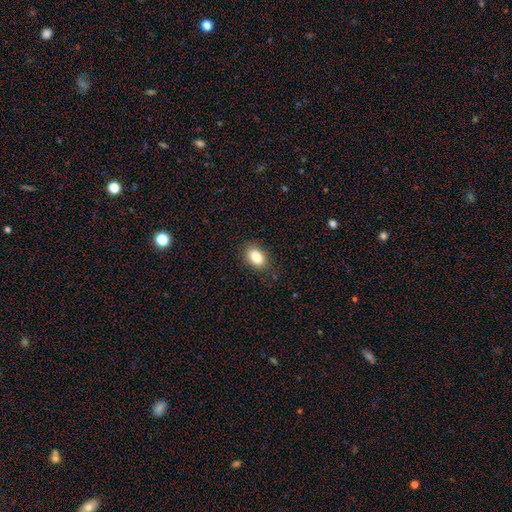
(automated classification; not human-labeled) A smooth galaxy with no disk features (86%) that is in between round and cigar-shaped (85%).

Vote fractions:
- Smooth or featured? smooth: 86% / star or artifact: 8% / featured or disk: 5%
- How rounded? in between: 85% / round: 13% / cigar-shaped: 1%
- Merging? none: 83% / minor disturbance: 13% / major disturbance: 3% / merger: 1%